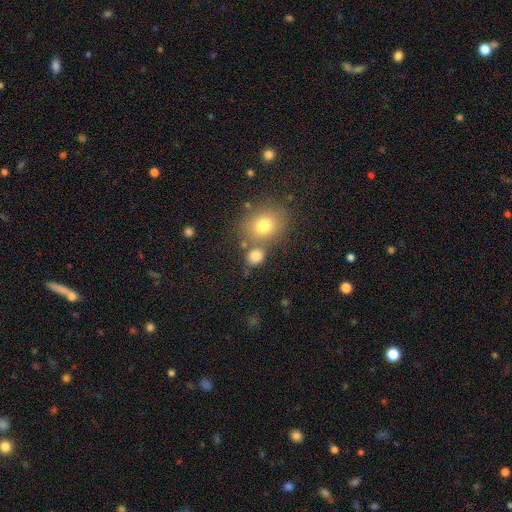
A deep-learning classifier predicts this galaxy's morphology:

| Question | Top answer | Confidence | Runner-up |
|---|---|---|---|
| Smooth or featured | smooth | 80% | star or artifact (12%) |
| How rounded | round | 62% | in between (36%) |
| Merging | none | 61% | merger (23%) |